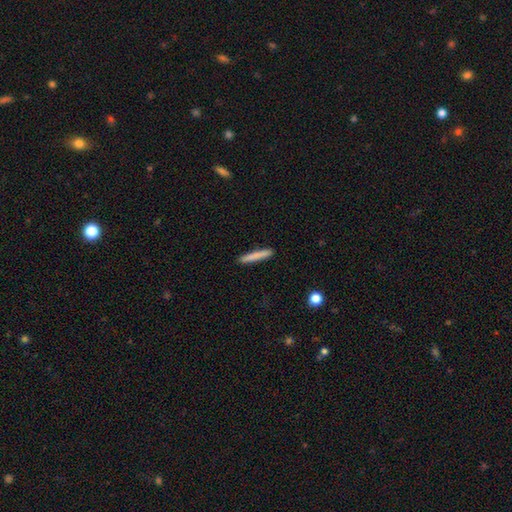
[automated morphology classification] Overall: smooth (81%). How rounded: cigar-shaped (95%). Merging: none (91%).